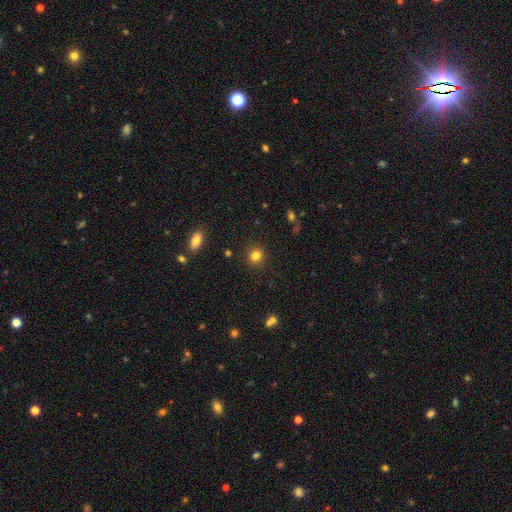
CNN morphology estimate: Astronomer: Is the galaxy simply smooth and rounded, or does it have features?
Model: smooth — 82%.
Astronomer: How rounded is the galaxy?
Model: round — 81%.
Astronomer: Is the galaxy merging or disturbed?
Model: none — 89%.